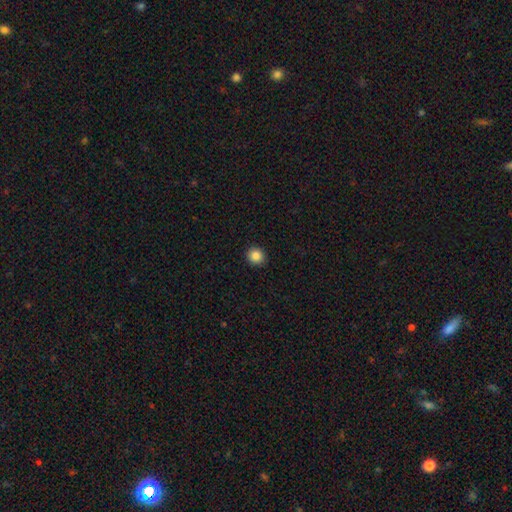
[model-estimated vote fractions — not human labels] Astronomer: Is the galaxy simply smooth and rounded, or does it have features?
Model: smooth — 85%.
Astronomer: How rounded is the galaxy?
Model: round — 90%.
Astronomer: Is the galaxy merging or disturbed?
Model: none — 92%.